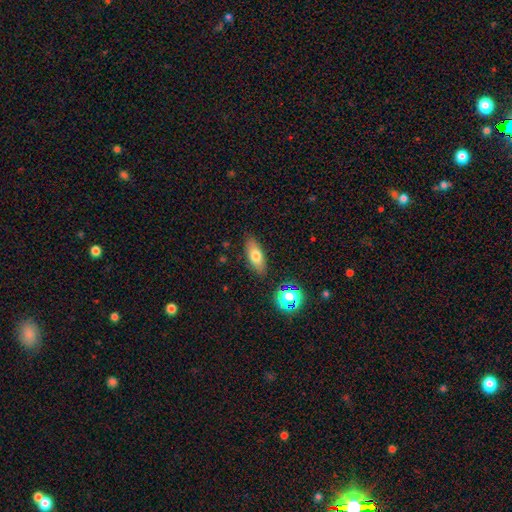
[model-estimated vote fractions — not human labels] Smooth or featured?
  - smooth: 71% *
  - featured or disk: 19%
  - star or artifact: 10%
How rounded?
  - in between: 73% *
  - cigar-shaped: 22%
  - round: 5%
Merging?
  - none: 86% *
  - minor disturbance: 10%
  - major disturbance: 2%
  - merger: 2%